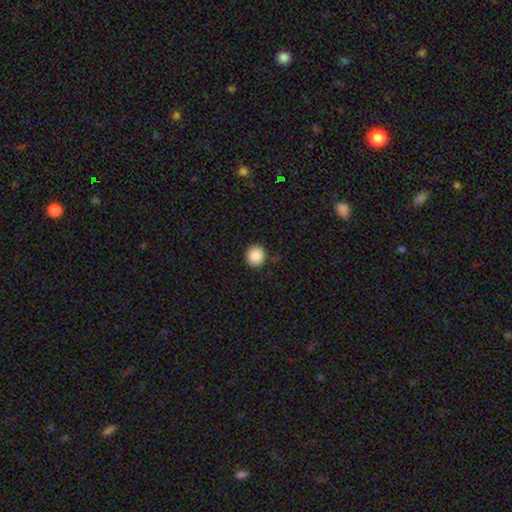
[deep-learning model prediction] Smooth or featured: smooth — 88% (star or artifact — 9%)
How rounded: round — 91% (in between — 8%)
Merging: none — 90% (minor disturbance — 7%)